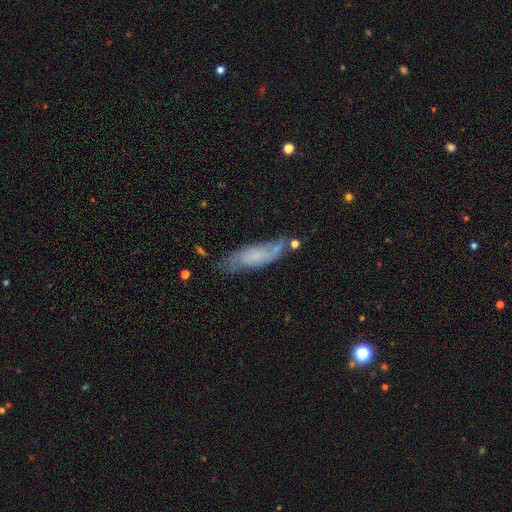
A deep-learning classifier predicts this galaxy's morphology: smooth 46%, featured or disk 45%, star or artifact 9%. Down the decision tree: merging — none (56%).